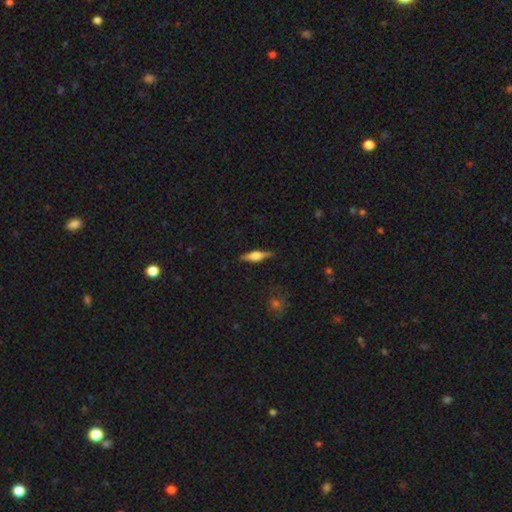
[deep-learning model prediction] This is possibly a featured or disk galaxy (57%). It is clearly viewed edge-on (96%). Edge-on bulge: clearly rounded (85%). Merging: clearly none (88%).